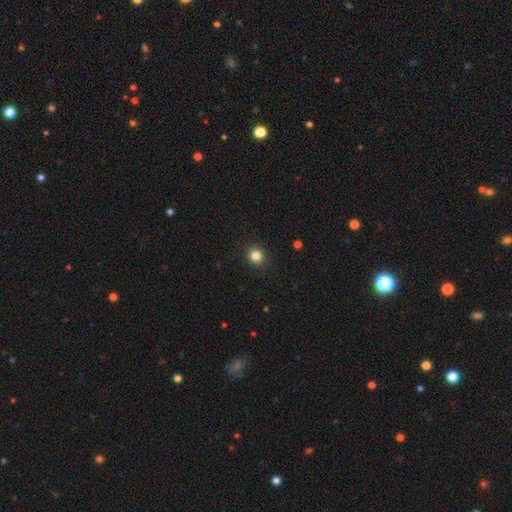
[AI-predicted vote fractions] smooth-or-featured: smooth: 84% | star or artifact: 12% | featured or disk: 5%
  how-rounded: round: 87% | in between: 13% | cigar-shaped: 1%
  merging: none: 92% | minor disturbance: 5% | major disturbance: 2% | merger: 1%